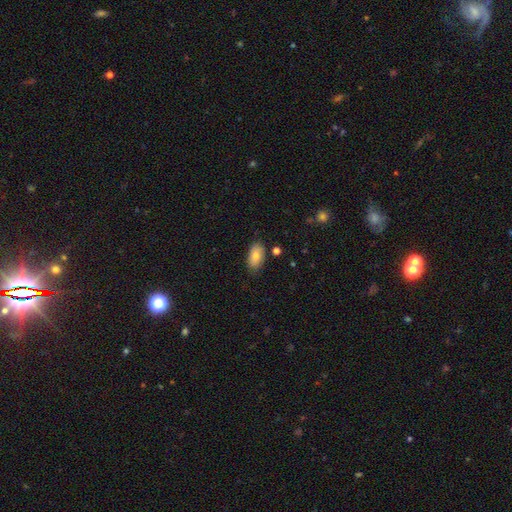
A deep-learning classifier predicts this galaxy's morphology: Smooth or featured? smooth (81%)
How rounded? in between (93%)
Merging? none (81%)